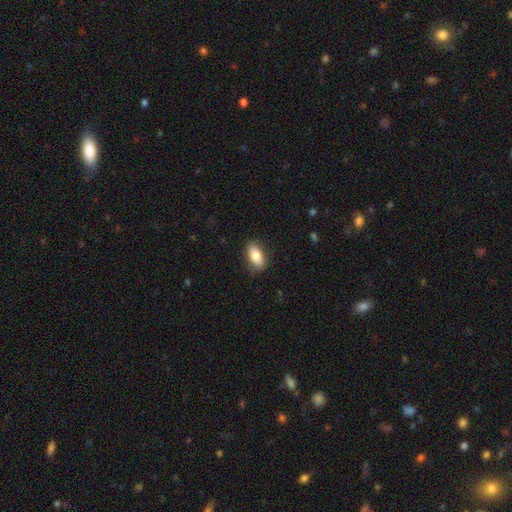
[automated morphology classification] Smooth or featured?
  - smooth: 81% *
  - featured or disk: 12%
  - star or artifact: 6%
How rounded?
  - in between: 88% *
  - cigar-shaped: 7%
  - round: 4%
Merging?
  - none: 84% *
  - minor disturbance: 12%
  - major disturbance: 3%
  - merger: 1%